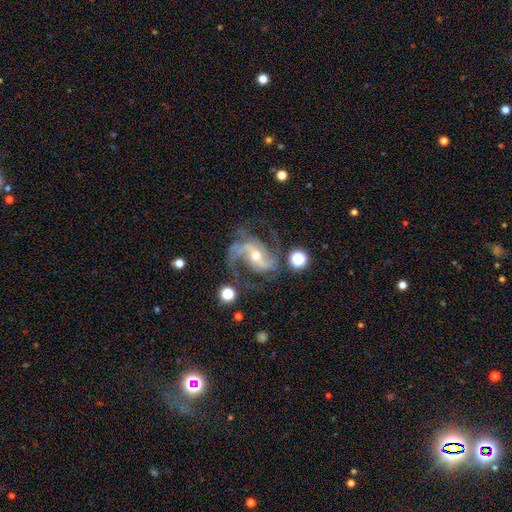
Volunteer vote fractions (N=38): Smooth or featured?
  - featured or disk: 95% *
  - smooth: 3%
  - star or artifact: 3%
Edge-on disk?
  - no: 100% *
  - yes: 0%
Bar?
  - strong: 56% *
  - weak: 28%
  - no: 17%
Spiral arms?
  - yes: 100% *
  - no: 0%
Spiral winding?
  - medium: 67% *
  - loose: 22%
  - tight: 11%
Spiral arm count?
  - 2: 89% *
  - can't tell: 8%
  - 3: 3%
  - 1: 0%
  - 4: 0%
  - more than 4: 0%
Bulge size?
  - moderate: 53% *
  - small: 42%
  - large: 6%
  - dominant: 0%
  - none: 0%
Merging?
  - none: 78% *
  - minor disturbance: 16%
  - major disturbance: 5%
  - merger: 0%